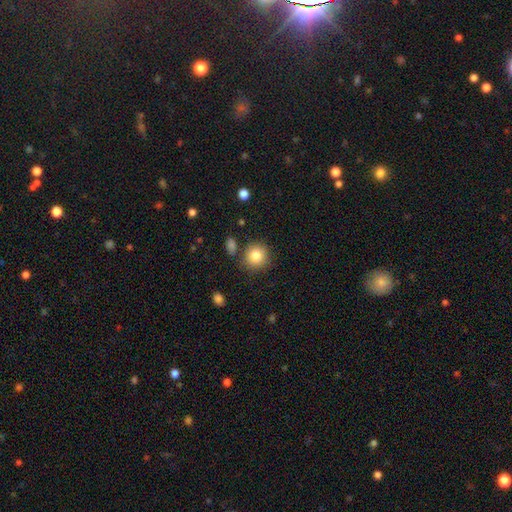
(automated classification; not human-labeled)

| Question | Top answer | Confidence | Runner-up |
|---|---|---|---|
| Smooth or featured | smooth | 83% | star or artifact (10%) |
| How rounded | round | 90% | in between (9%) |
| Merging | none | 82% | minor disturbance (10%) |